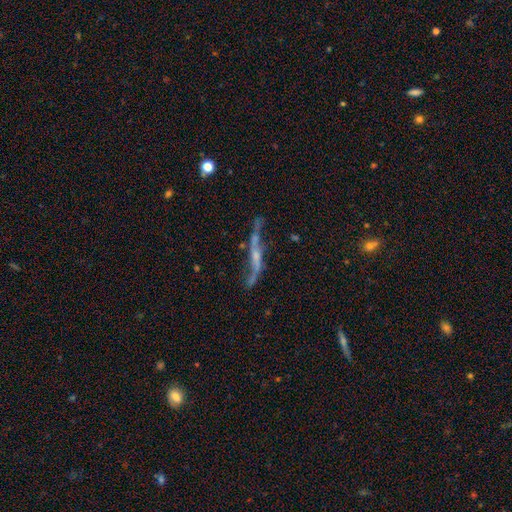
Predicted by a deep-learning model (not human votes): Overall: featured or disk (75%). Edge-on disk: yes (58%; no 42%). Merging: none (50%; minor disturbance 23%).